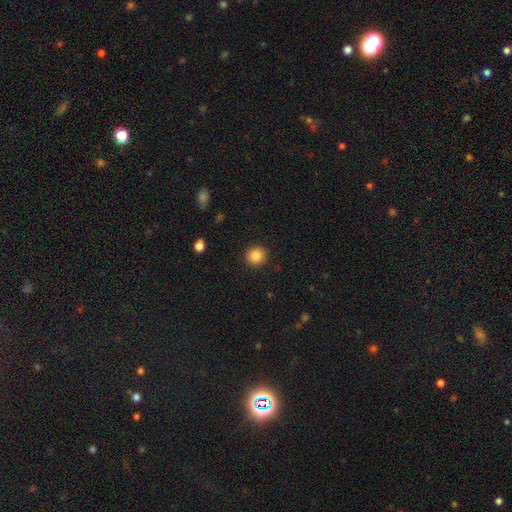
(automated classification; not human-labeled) smooth-or-featured: smooth: 86% | star or artifact: 10% | featured or disk: 4%
  how-rounded: round: 92% | in between: 7% | cigar-shaped: 1%
  merging: none: 92% | minor disturbance: 5% | major disturbance: 2% | merger: 1%